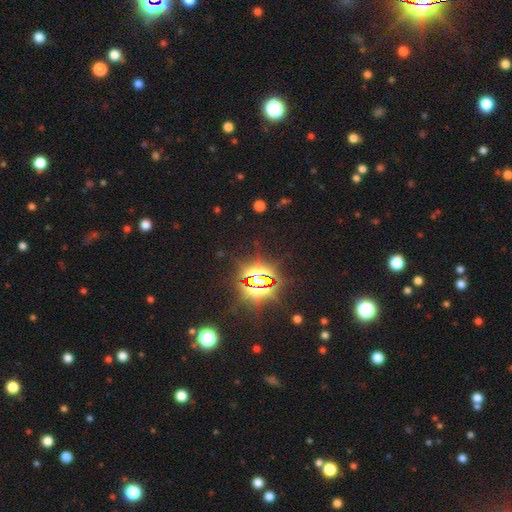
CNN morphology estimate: The model was most divided on "smooth or featured": star or artifact: 82%, smooth: 12%, featured or disk: 6%.